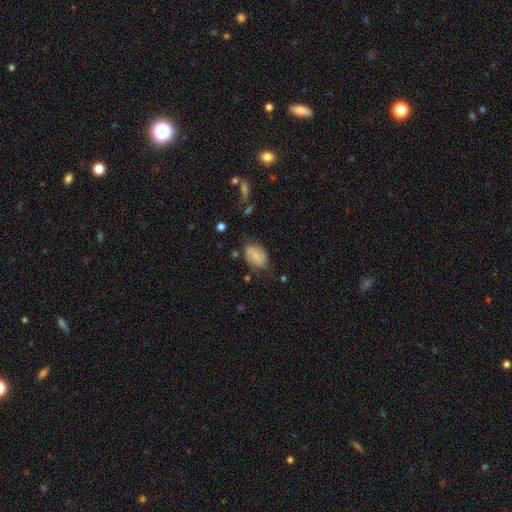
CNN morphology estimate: A smooth galaxy with no disk features (55%) that is in between round and cigar-shaped (75%). Merging: none (57%).